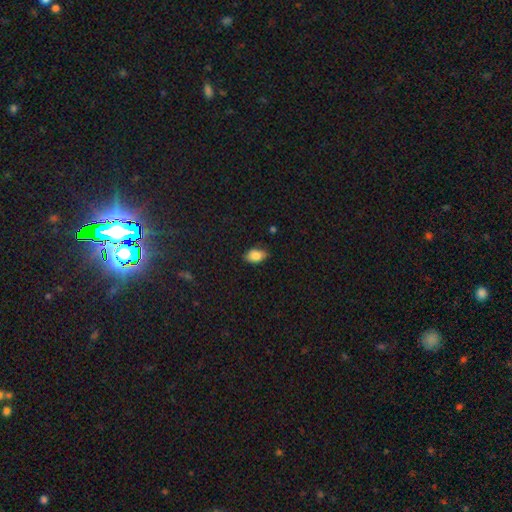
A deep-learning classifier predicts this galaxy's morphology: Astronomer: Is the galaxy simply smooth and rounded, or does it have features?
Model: smooth — 84%.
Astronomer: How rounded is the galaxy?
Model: in between — 89%.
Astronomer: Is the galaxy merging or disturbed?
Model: none — 79%.